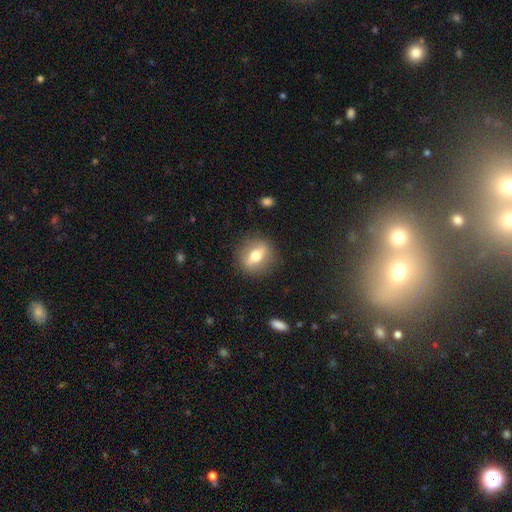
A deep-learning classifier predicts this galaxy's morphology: The model was most divided on "smooth or featured": smooth: 47%, featured or disk: 44%, star or artifact: 8%. More confident: merging — none (86%).